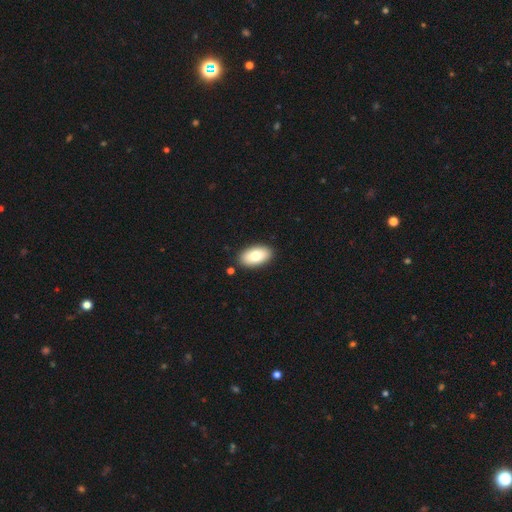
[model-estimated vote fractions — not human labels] Smooth or featured? Predicted: smooth (p=0.76). How rounded? Predicted: in between (p=0.95). Merging? Predicted: none (p=0.89).